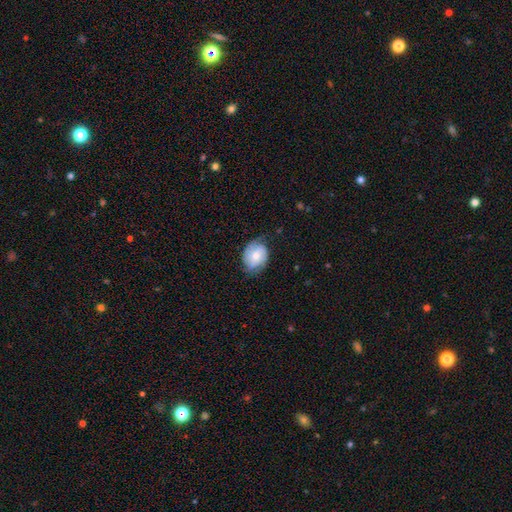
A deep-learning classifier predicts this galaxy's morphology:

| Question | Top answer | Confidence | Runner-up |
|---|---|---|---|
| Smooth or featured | featured or disk | 55% | smooth (38%) |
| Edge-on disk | no | 96% | yes (4%) |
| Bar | no | 73% | weak (22%) |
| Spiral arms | yes | 86% | no (14%) |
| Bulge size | moderate | 51% | small (41%) |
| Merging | none | 63% | minor disturbance (27%) |